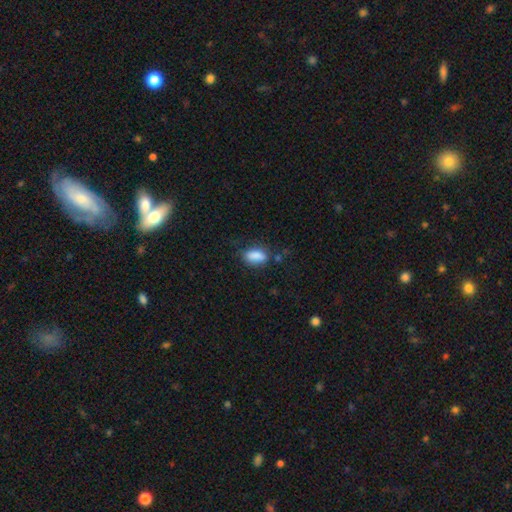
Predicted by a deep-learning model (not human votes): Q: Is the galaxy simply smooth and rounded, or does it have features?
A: smooth — 86%.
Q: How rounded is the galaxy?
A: in between — 87%.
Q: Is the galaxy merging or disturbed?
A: none — 65%.